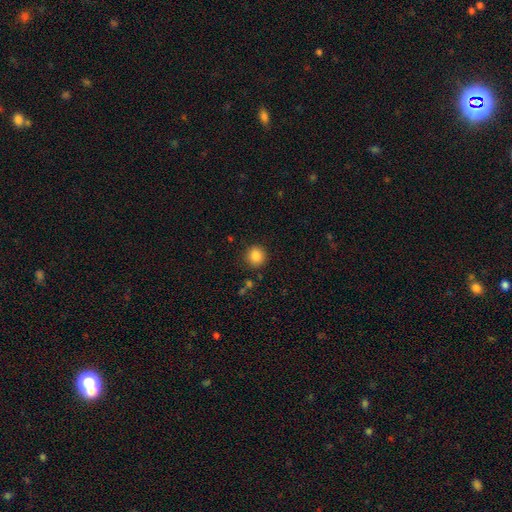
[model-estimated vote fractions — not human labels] Q: Smooth or featured?
A: smooth (86%); runner-up: star or artifact (10%)
Q: How rounded?
A: round (87%); runner-up: in between (12%)
Q: Merging?
A: none (87%); runner-up: minor disturbance (8%)